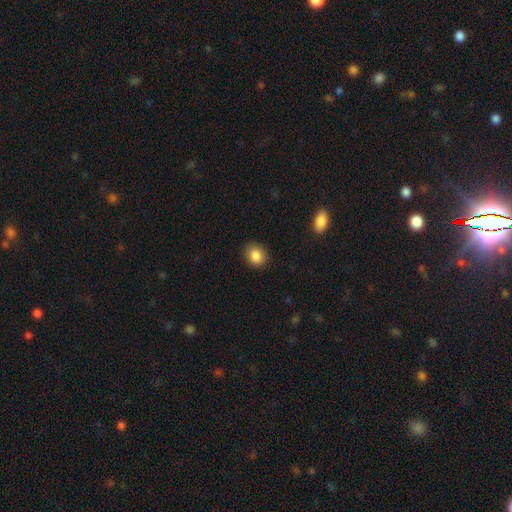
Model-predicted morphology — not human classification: Smooth or featured? Predicted: smooth (p=0.87). How rounded? Predicted: round (p=0.66). Merging? Predicted: none (p=0.89).